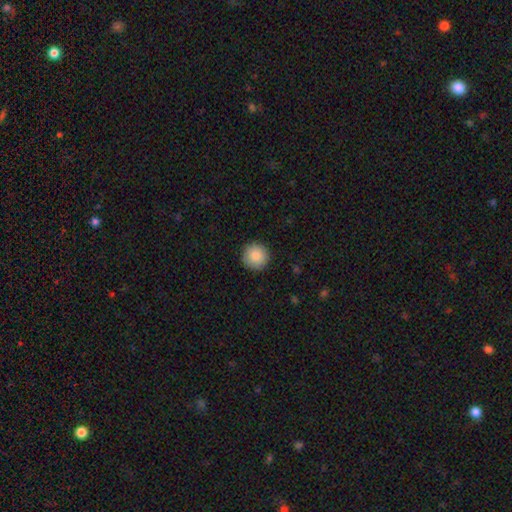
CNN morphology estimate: This is clearly a smooth galaxy (88%). How rounded: clearly round (96%). Merging: clearly none (92%).